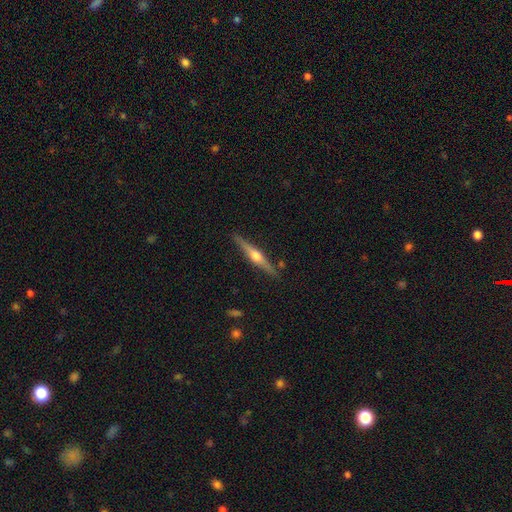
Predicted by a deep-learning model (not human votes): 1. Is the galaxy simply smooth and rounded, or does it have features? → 74% featured or disk, 21% smooth, 5% star or artifact.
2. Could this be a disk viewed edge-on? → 98% yes, 2% no.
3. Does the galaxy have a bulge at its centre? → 93% rounded, 4% boxy, 3% none.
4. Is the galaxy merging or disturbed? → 88% none, 9% minor disturbance, 2% merger, 2% major disturbance.